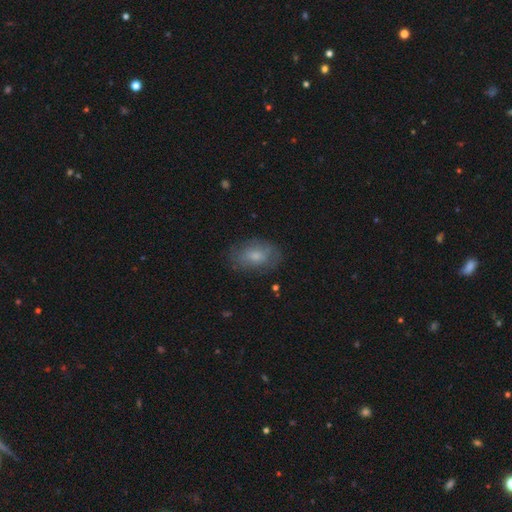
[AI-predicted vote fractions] Smooth or featured? smooth (66%)
How rounded? in between (86%)
Merging? none (74%)